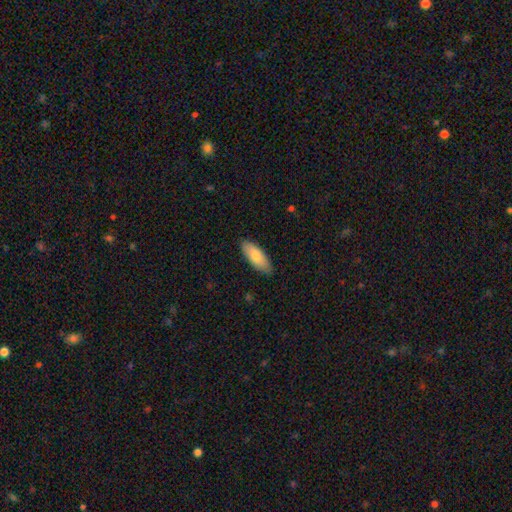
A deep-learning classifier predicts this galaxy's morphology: The model was most divided on "how rounded": in between: 75%, cigar-shaped: 24%, round: 2%. More confident: merging — none (86%); smooth or featured — smooth (81%).